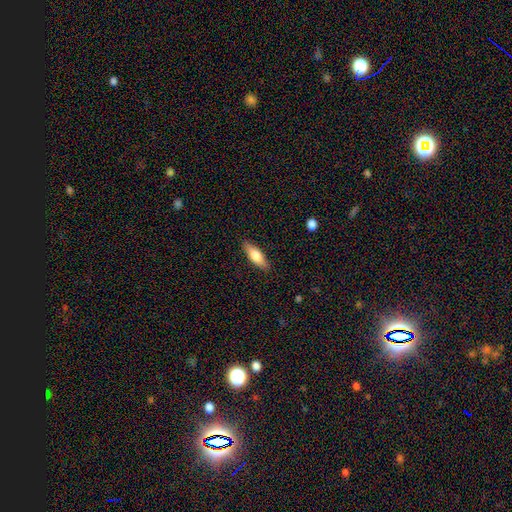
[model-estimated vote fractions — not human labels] smooth 70%, featured or disk 24%, star or artifact 6%. Down the decision tree: how rounded — in between (60%); merging — none (88%).